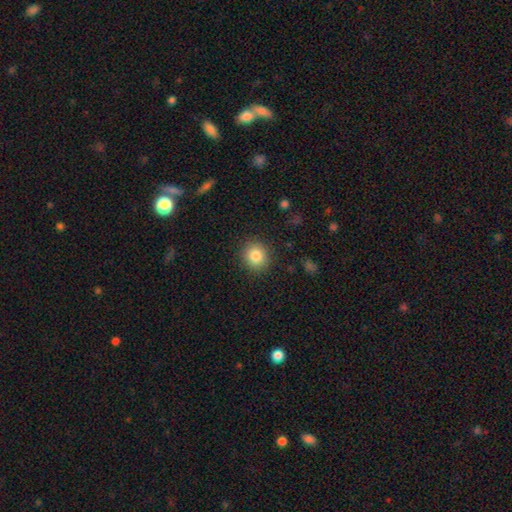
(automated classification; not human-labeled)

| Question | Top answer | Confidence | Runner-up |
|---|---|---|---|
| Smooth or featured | smooth | 85% | star or artifact (9%) |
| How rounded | round | 84% | in between (15%) |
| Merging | none | 89% | minor disturbance (7%) |